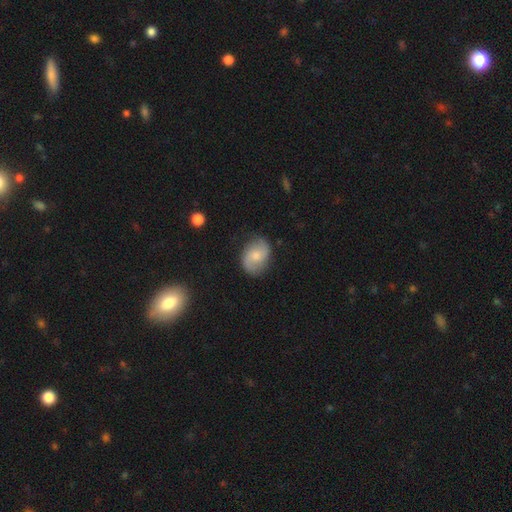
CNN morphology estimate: smooth-or-featured: featured or disk: 58% | smooth: 35% | star or artifact: 7%
  disk-edge-on: no: 97% | yes: 3%
    bar: no: 61% | weak: 34% | strong: 5%
    has-spiral-arms: yes: 90% | no: 10%
      spiral-winding: medium: 44% | loose: 36% | tight: 19%
      spiral-arm-count: 2: 88% | can't tell: 6% | 1: 2% | 3: 1% | 4: 1% | more than 4: 1%
    bulge-size: moderate: 49% | small: 42% | none: 4% | large: 3% | dominant: 1%
  merging: none: 78% | minor disturbance: 16% | major disturbance: 4% | merger: 1%